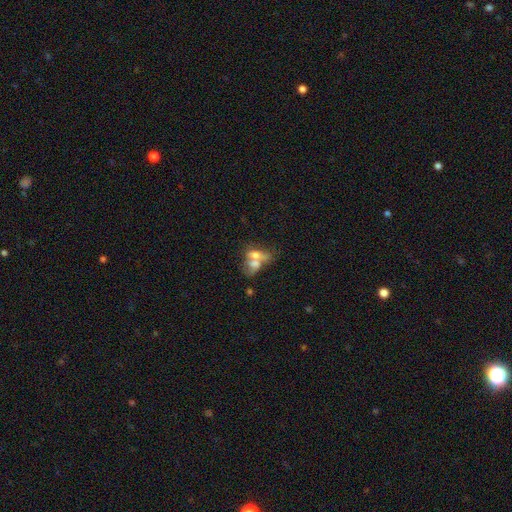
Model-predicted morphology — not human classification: Smooth or featured? Predicted: smooth (p=0.58). How rounded? Predicted: in between (p=0.79). Merging? Predicted: merger (p=0.69).